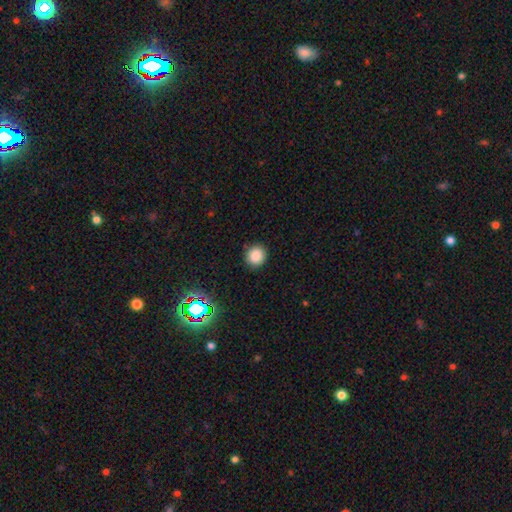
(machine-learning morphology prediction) A smooth galaxy with no disk features (84%) that is round (90%).

Vote fractions:
- Smooth or featured? smooth: 84% / star or artifact: 12% / featured or disk: 4%
- How rounded? round: 90% / in between: 9% / cigar-shaped: 1%
- Merging? none: 91% / minor disturbance: 6% / major disturbance: 2% / merger: 1%